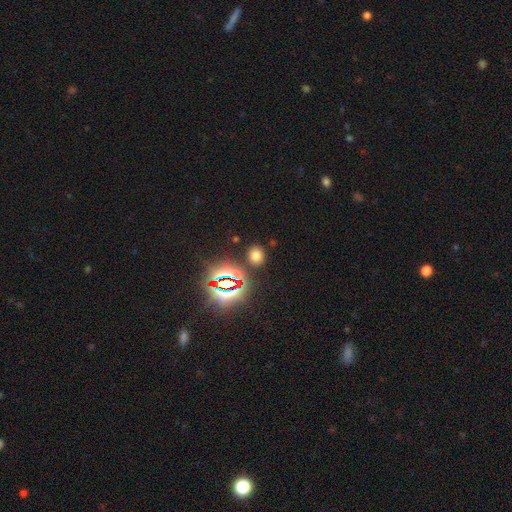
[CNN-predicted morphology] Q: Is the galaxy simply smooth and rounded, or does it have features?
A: smooth — 64%.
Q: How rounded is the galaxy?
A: round — 62%.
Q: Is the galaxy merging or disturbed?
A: none — 85%.